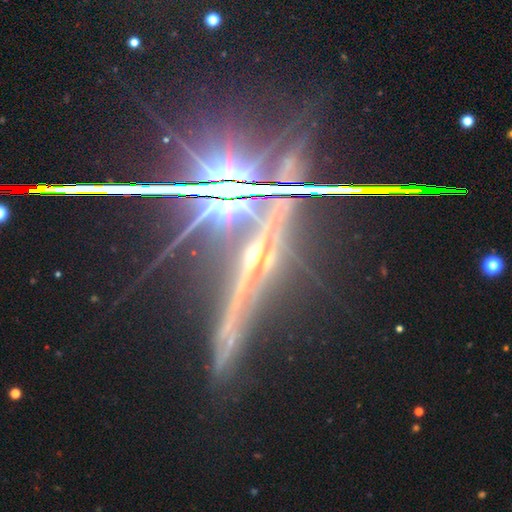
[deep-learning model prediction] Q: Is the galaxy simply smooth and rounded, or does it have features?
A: star or artifact — 48%.